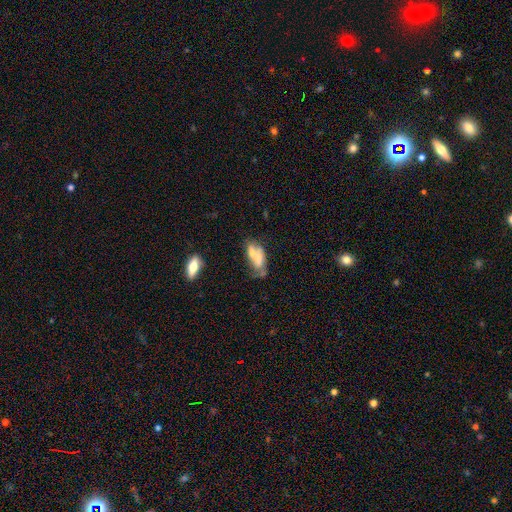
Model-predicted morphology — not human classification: Q: Smooth or featured?
A: smooth (53%); runner-up: featured or disk (38%)
Q: How rounded?
A: in between (83%); runner-up: cigar-shaped (12%)
Q: Merging?
A: merger (34%); runner-up: none (25%)